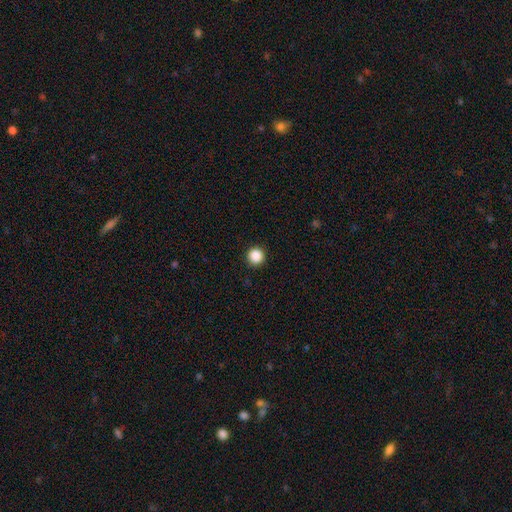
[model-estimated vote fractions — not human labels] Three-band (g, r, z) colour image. It shows a smooth galaxy with no disk features (88%) that is round (96%). Merging: none (93%).